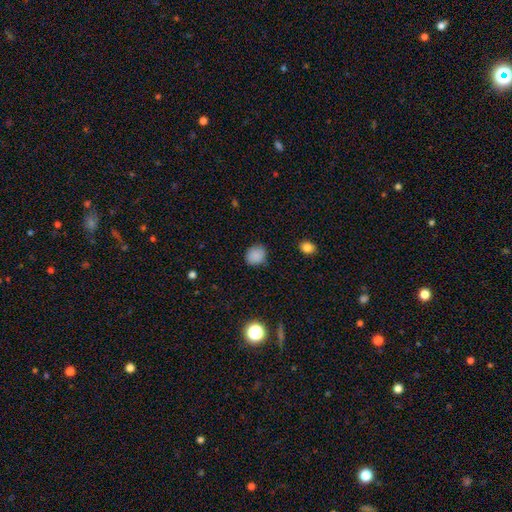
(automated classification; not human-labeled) This is clearly a smooth galaxy (85%). How rounded: likely round (73%). Merging: likely none (80%).